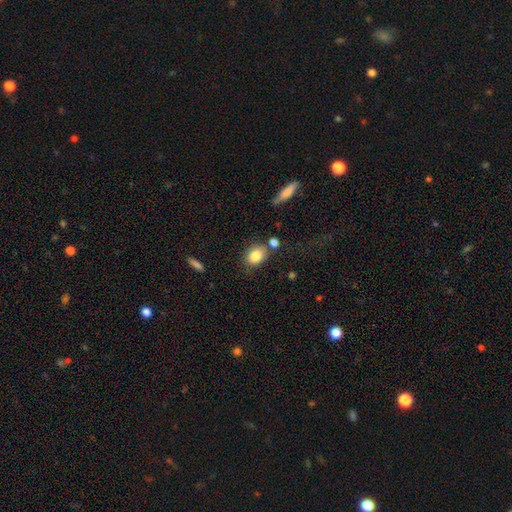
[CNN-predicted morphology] Q: Smooth or featured?
A: smooth (84%); runner-up: star or artifact (8%)
Q: How rounded?
A: in between (64%); runner-up: round (34%)
Q: Merging?
A: none (69%); runner-up: minor disturbance (16%)